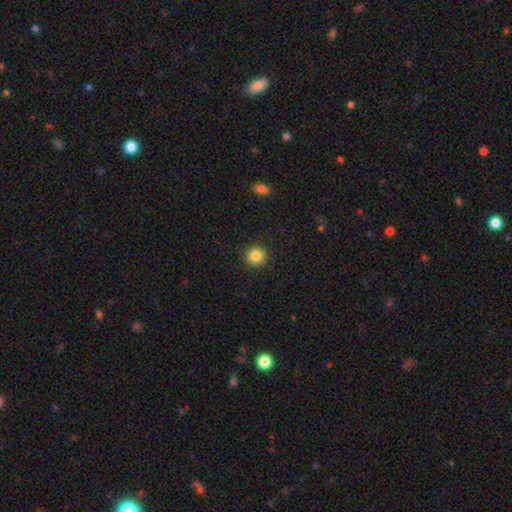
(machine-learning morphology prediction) This appears to be a smooth galaxy with no disk features (84%) that is round (91%). Merging: none (91%).